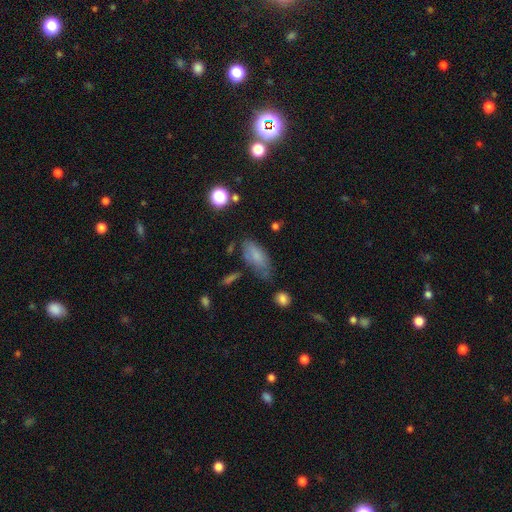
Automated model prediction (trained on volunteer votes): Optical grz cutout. It shows a smooth galaxy with no disk features (74%) that is in between round and cigar-shaped (86%). Merging: none (54%).